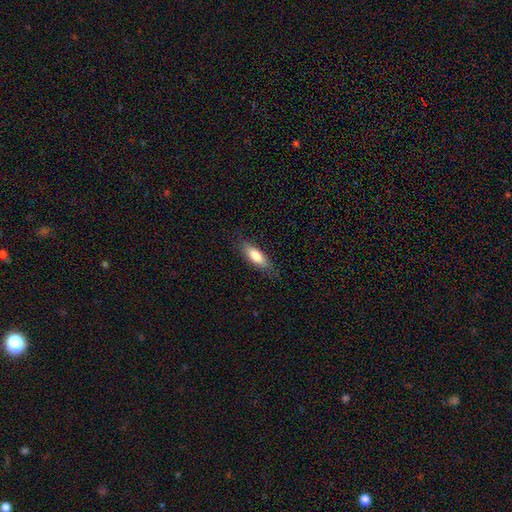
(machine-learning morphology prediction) The model was most divided on "how rounded": in between: 57%, cigar-shaped: 41%, round: 2%. More confident: merging — none (81%); smooth or featured — smooth (78%).